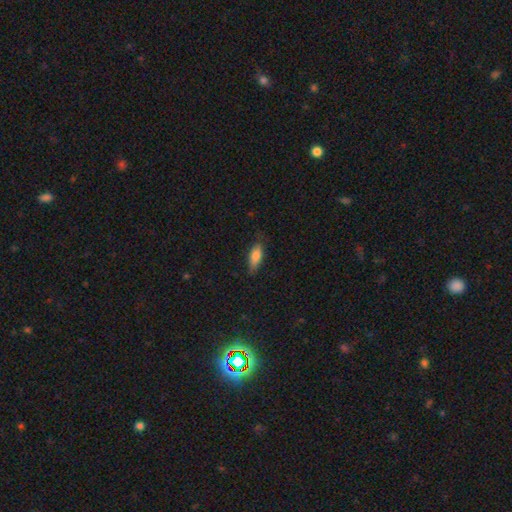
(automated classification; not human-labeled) smooth-or-featured: smooth: 81% | featured or disk: 12% | star or artifact: 7%
  how-rounded: in between: 69% | cigar-shaped: 28% | round: 2%
  merging: none: 74% | minor disturbance: 21% | major disturbance: 4% | merger: 1%